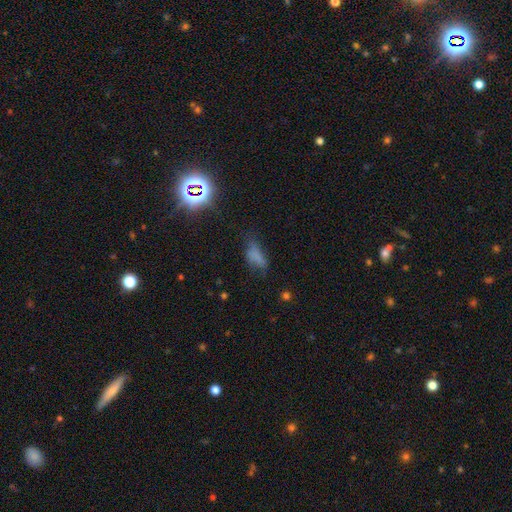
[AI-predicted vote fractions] Smooth or featured?
  - smooth: 64% *
  - star or artifact: 19%
  - featured or disk: 17%
How rounded?
  - in between: 77% *
  - cigar-shaped: 18%
  - round: 5%
Merging?
  - none: 39% *
  - minor disturbance: 32%
  - major disturbance: 26%
  - merger: 4%